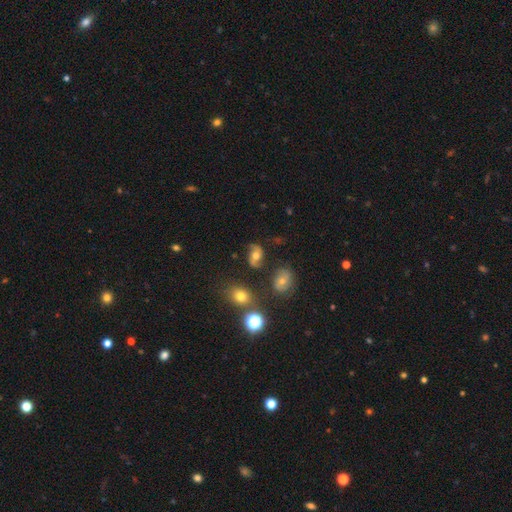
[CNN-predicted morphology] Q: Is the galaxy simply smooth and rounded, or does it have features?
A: featured or disk — 54%.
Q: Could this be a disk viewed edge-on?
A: no — 95%.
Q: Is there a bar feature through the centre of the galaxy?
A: no — 62%.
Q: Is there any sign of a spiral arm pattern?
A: yes — 82%.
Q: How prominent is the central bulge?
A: moderate — 64%.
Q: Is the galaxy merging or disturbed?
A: none — 68%.